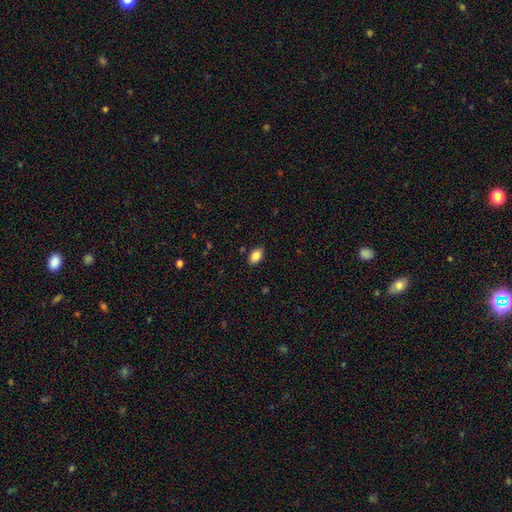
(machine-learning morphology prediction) The model was most divided on "merging": none: 86%, minor disturbance: 10%, major disturbance: 2%, merger: 1%. More confident: how rounded — in between (88%); smooth or featured — smooth (86%).